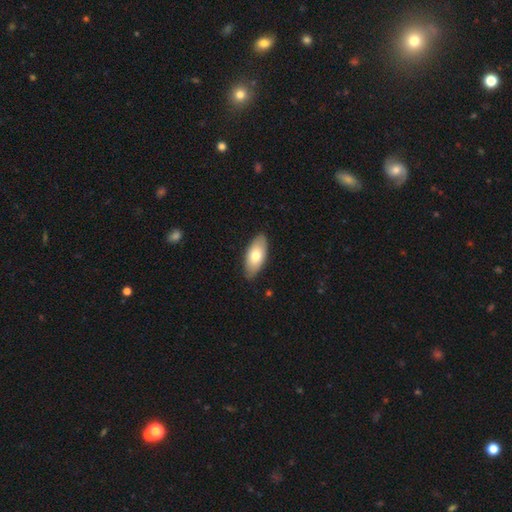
A smooth galaxy with no disk features (56%) that is in between round and cigar-shaped (91%). Merging: none (89%).